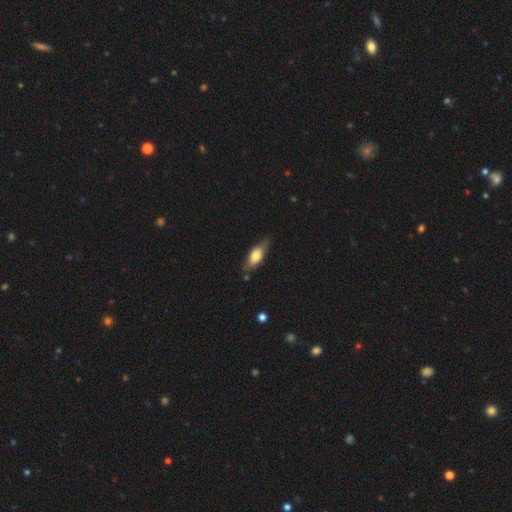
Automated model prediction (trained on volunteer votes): A smooth galaxy with no disk features (64%) that is in between round and cigar-shaped (70%).

Vote fractions:
- Smooth or featured? smooth: 64% / featured or disk: 30% / star or artifact: 6%
- How rounded? in between: 70% / cigar-shaped: 26% / round: 3%
- Merging? none: 76% / minor disturbance: 18% / major disturbance: 4% / merger: 2%